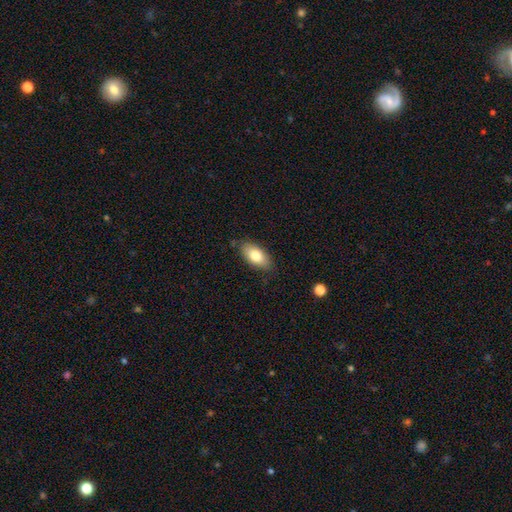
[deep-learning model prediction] This appears to be a smooth galaxy with no disk features (78%) that is in between round and cigar-shaped (91%). Merging: none (83%).